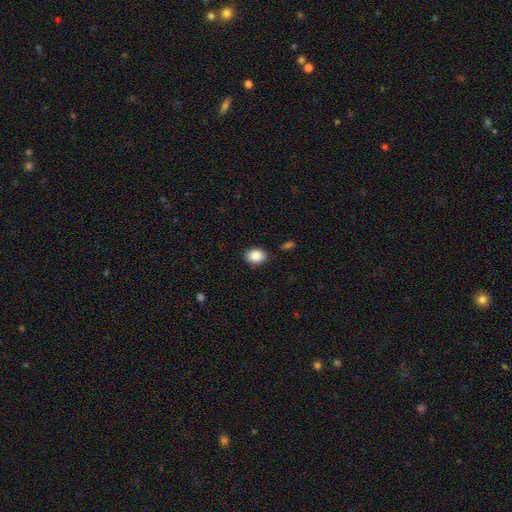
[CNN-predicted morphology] Smooth or featured?
  - smooth: 88% *
  - star or artifact: 8%
  - featured or disk: 4%
How rounded?
  - in between: 60% *
  - round: 39%
  - cigar-shaped: 1%
Merging?
  - none: 86% *
  - minor disturbance: 9%
  - major disturbance: 2%
  - merger: 2%